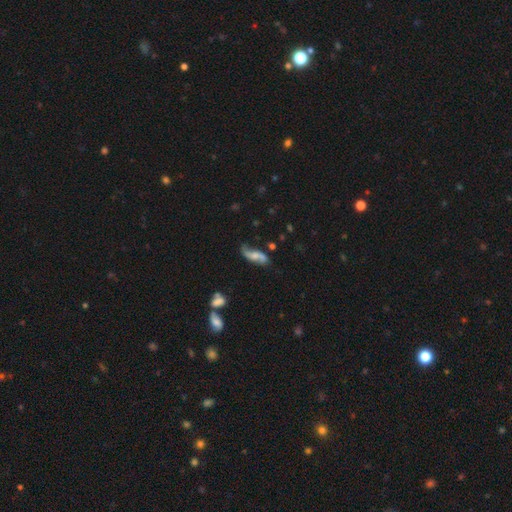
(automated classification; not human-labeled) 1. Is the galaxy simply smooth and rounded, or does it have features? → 66% featured or disk, 27% smooth, 7% star or artifact.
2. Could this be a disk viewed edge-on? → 89% no, 11% yes.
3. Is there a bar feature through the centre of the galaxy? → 55% no, 34% weak, 11% strong.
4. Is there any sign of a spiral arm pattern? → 91% yes, 9% no.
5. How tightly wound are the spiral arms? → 77% loose, 17% medium, 6% tight.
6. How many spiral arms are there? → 90% 2, 4% can't tell, 3% 1, 1% 3, 1% 4, 1% more than 4.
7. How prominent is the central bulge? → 38% moderate, 35% small, 17% none, 7% large, 2% dominant.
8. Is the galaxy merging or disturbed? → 65% none, 22% minor disturbance, 8% major disturbance, 5% merger.